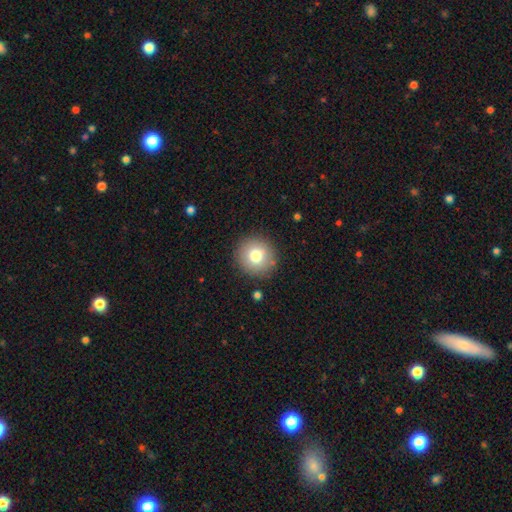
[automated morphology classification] Overall: smooth (78%). How rounded: round (94%). Merging: none (89%).